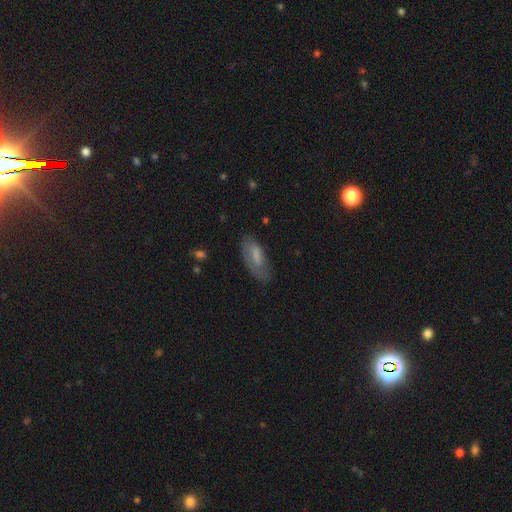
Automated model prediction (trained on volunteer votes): Morphology: type=smooth (64%); roundness=in between (78%); merging=none (64%).